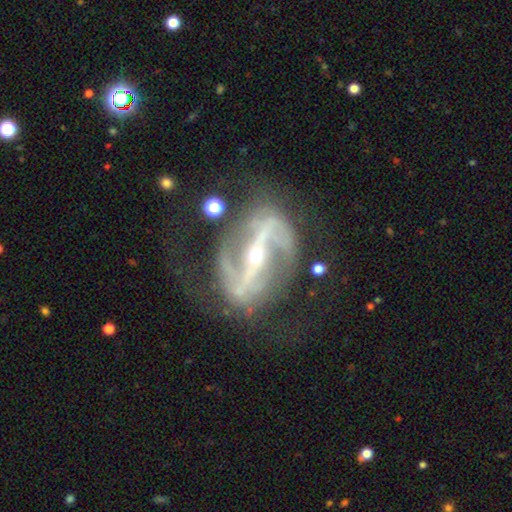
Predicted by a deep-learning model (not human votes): A featured or disk galaxy (91%) with a strong bar (77%), 2 (89%) medium (43%) spiral arms (94%) and a small central bulge (76%). Merging: none (61%).